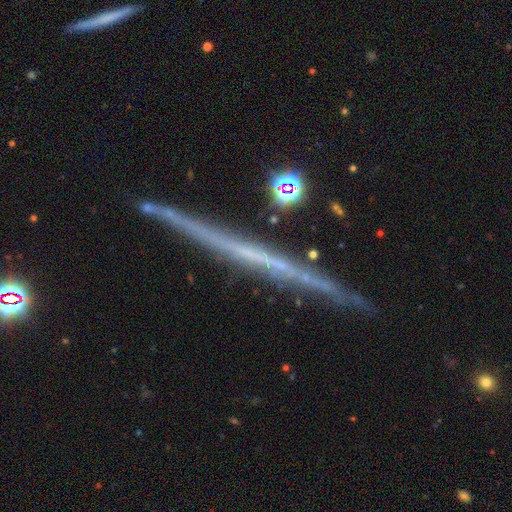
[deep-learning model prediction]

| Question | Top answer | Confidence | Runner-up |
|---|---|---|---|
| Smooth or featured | featured or disk | 71% | smooth (21%) |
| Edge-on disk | yes | 98% | no (2%) |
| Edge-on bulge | none | 90% | rounded (7%) |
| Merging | none | 90% | minor disturbance (7%) |